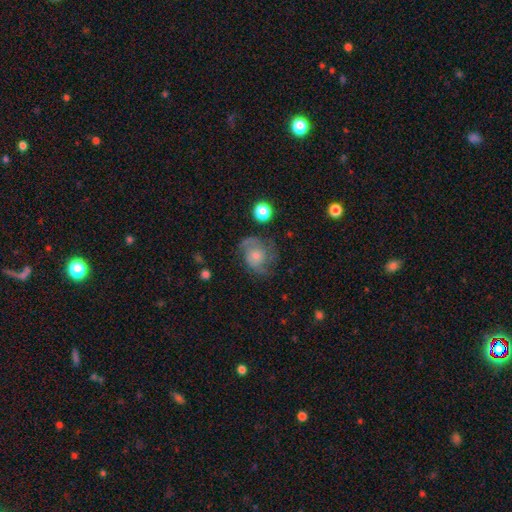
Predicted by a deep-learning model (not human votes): This appears to be a featured or disk galaxy (61%) with no bar (79%), 2 (50%) medium (48%) spiral arms (87%) and a small central bulge (43%). Merging: none (57%).